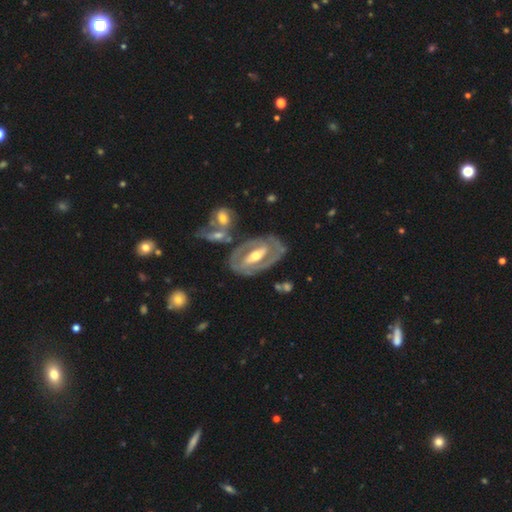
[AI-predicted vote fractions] This appears to be a featured or disk galaxy (82%) with a strong bar (58%), 2 (71%) tight (57%) spiral arms (73%) and a moderate central bulge (70%). Merging: none (71%).